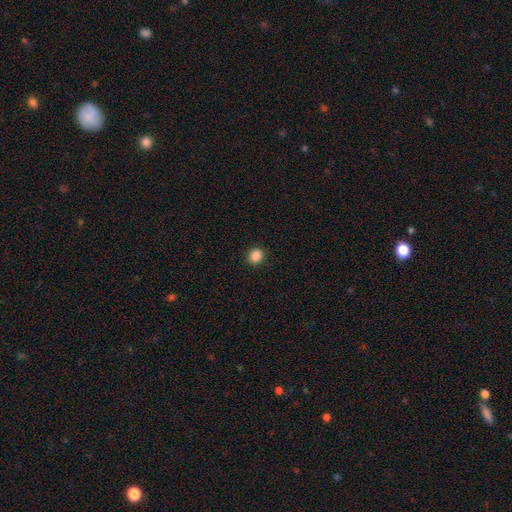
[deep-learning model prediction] A smooth galaxy with no disk features (87%) that is round (83%). Merging: none (92%).